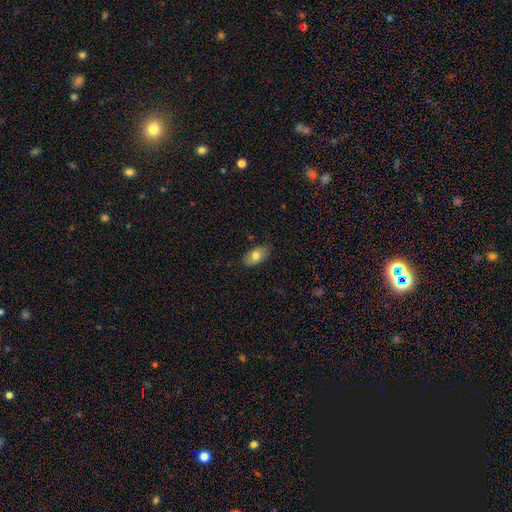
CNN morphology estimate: This is likely a smooth galaxy (76%). How rounded: clearly in between (92%). Merging: clearly none (80%).